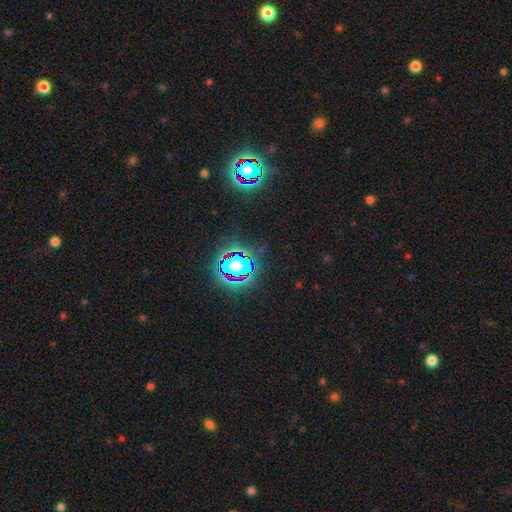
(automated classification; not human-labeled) Overall: star or artifact (83%).